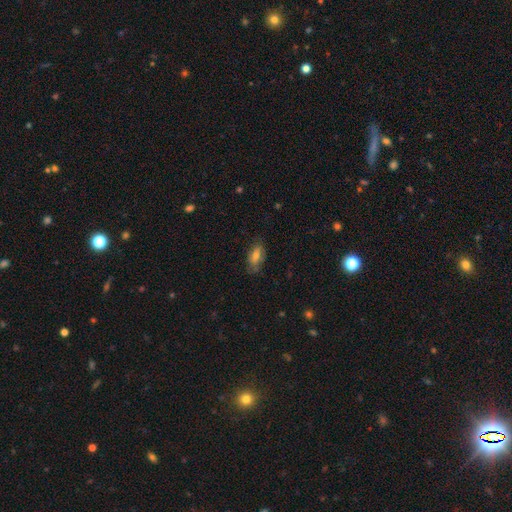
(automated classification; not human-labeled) A smooth galaxy with no disk features (59%) that is in between round and cigar-shaped (84%).

Vote fractions:
- Smooth or featured? smooth: 59% / featured or disk: 31% / star or artifact: 10%
- How rounded? in between: 84% / cigar-shaped: 10% / round: 6%
- Merging? none: 70% / minor disturbance: 22% / major disturbance: 6% / merger: 1%